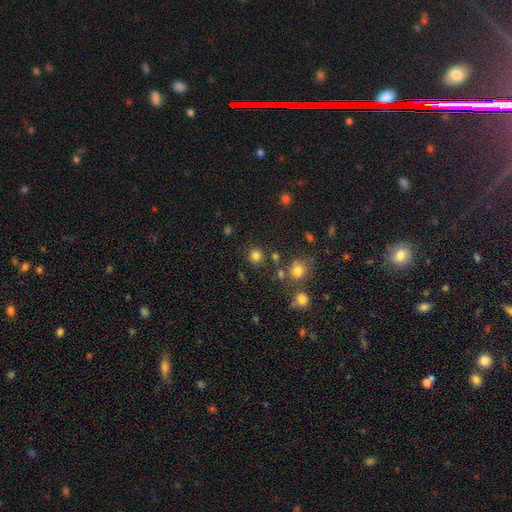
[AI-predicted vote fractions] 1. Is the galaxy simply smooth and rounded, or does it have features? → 80% smooth, 16% star or artifact, 5% featured or disk.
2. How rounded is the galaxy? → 92% round, 7% in between, 1% cigar-shaped.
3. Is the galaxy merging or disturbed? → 83% none, 8% minor disturbance, 6% merger, 3% major disturbance.